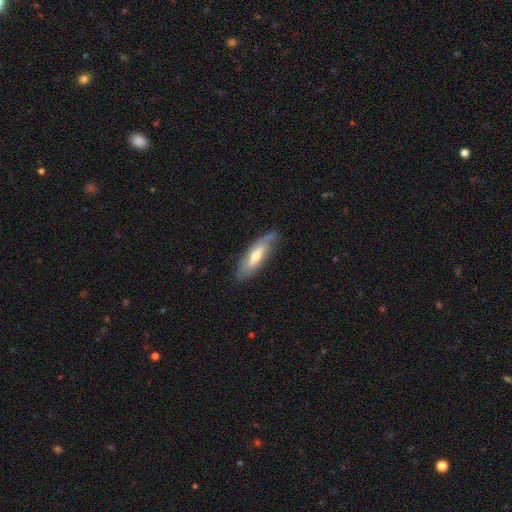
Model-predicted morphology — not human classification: smooth-or-featured: featured or disk: 50% | smooth: 44% | star or artifact: 6%
  merging: none: 70% | minor disturbance: 22% | major disturbance: 6% | merger: 2%